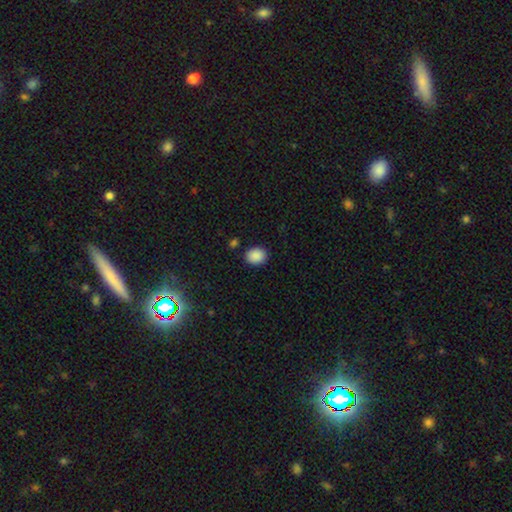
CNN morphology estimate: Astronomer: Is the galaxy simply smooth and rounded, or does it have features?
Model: smooth — 89%.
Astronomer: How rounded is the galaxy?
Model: round — 60% (runner-up: in between, 39%).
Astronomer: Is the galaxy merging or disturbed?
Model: none — 87%.